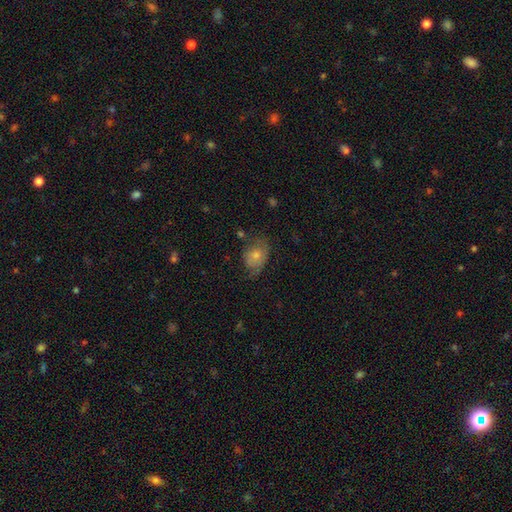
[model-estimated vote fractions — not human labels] smooth-or-featured: smooth: 53% | featured or disk: 35% | star or artifact: 13%
  how-rounded: in between: 63% | round: 35% | cigar-shaped: 1%
  merging: none: 54% | minor disturbance: 29% | major disturbance: 14% | merger: 2%